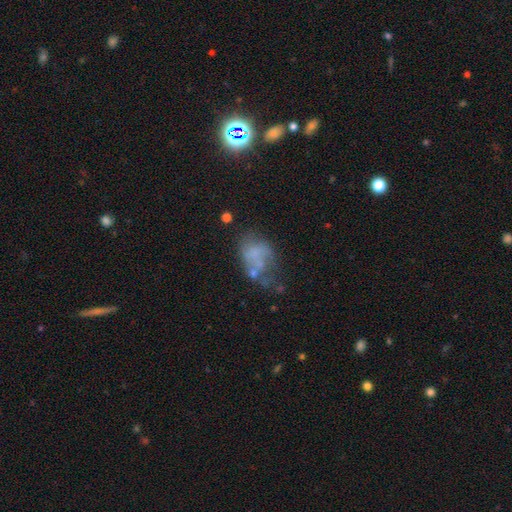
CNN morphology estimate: type=smooth (44%); merging=major disturbance (30%, tied with none).